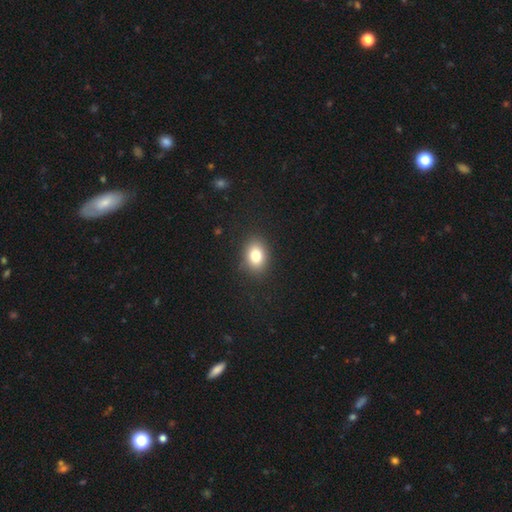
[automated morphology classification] smooth 81%, star or artifact 10%, featured or disk 9%. Down the decision tree: how rounded — in between (67%); merging — none (87%).